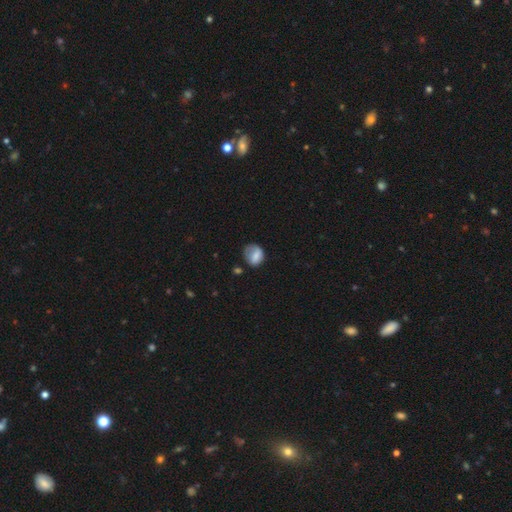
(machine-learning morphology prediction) This is likely a smooth galaxy (73%). How rounded: possibly round (57%). Merging: possibly none (51%).